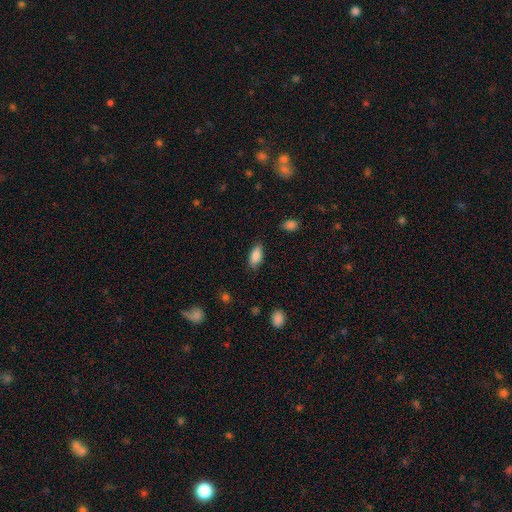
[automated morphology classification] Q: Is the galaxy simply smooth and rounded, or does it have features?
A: smooth — 86%.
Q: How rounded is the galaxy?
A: in between — 87%.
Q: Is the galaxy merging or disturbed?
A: none — 82%.